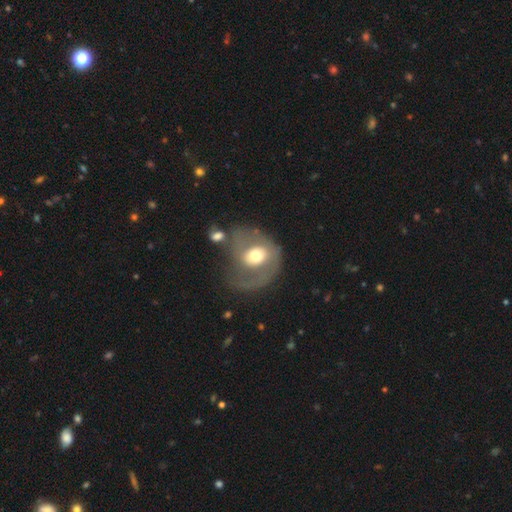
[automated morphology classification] This appears to be a featured or disk galaxy (53%) with no bar (70%), no spiral arms (51%) and a moderate central bulge (63%). Merging: major disturbance (34%).